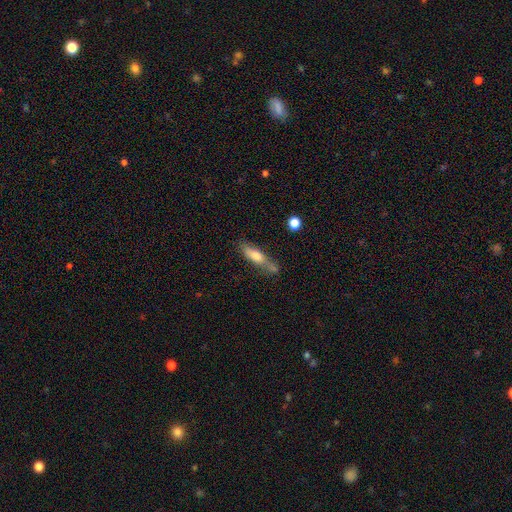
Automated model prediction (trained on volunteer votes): Smooth or featured? smooth (58%)
How rounded? cigar-shaped (66%)
Merging? none (59%)